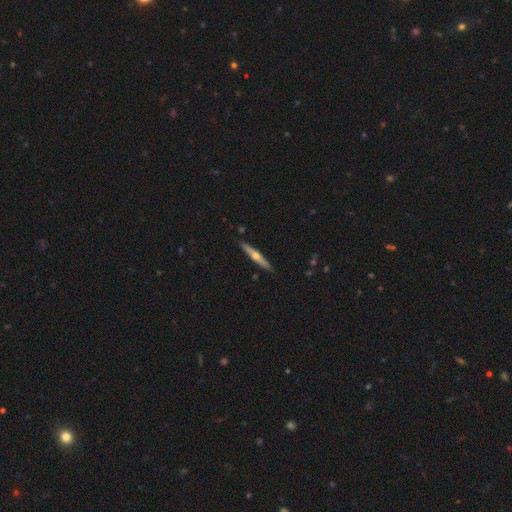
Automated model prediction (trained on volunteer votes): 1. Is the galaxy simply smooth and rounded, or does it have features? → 63% featured or disk, 32% smooth, 6% star or artifact.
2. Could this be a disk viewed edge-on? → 96% yes, 4% no.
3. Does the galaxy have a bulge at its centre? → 90% rounded, 7% none, 3% boxy.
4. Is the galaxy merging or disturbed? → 90% none, 7% minor disturbance, 1% major disturbance, 1% merger.